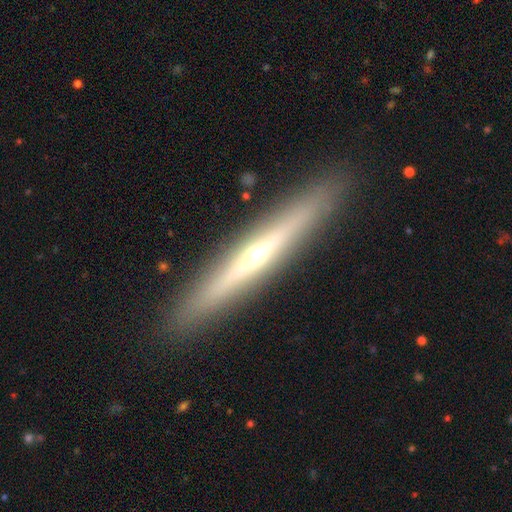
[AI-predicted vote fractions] A featured or disk galaxy (71%) viewed edge-on (94%) with a rounded central bulge (79%).

Vote fractions:
- Smooth or featured? featured or disk: 71% / smooth: 23% / star or artifact: 6%
- Edge-on disk? yes: 94% / no: 6%
- Edge-on bulge? rounded: 79% / none: 18% / boxy: 3%
- Merging? none: 91% / minor disturbance: 6% / major disturbance: 2% / merger: 1%